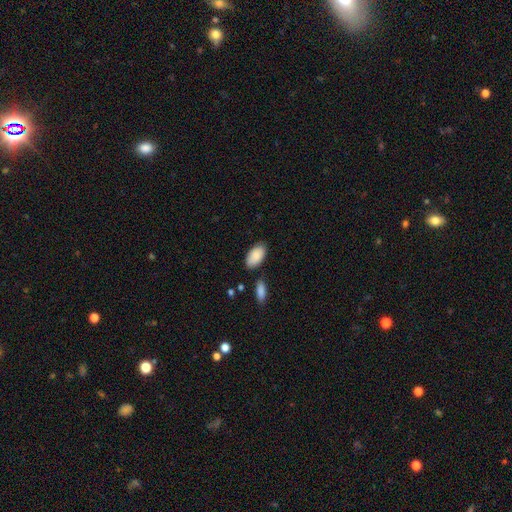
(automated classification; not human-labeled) This is clearly a smooth galaxy (87%). How rounded: clearly in between (95%). Merging: likely none (78%).